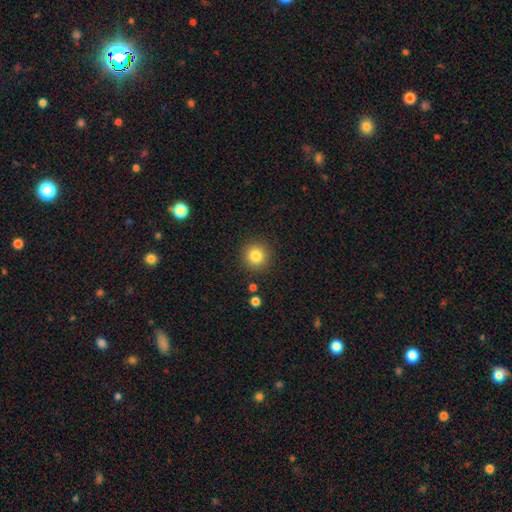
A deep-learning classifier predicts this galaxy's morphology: This is clearly a smooth galaxy (83%). How rounded: clearly round (95%). Merging: clearly none (90%).